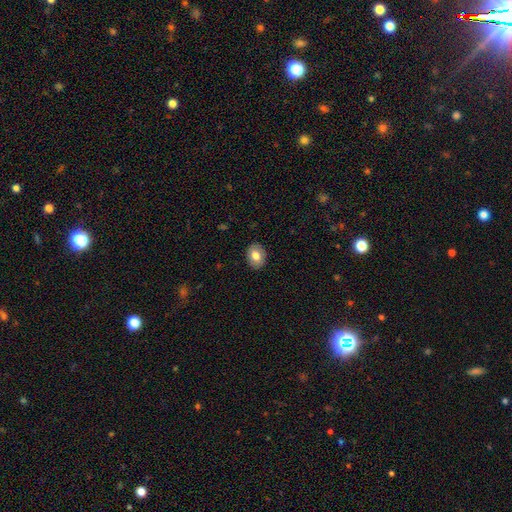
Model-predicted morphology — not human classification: type=smooth (77%); roundness=in between (66%); merging=none (89%).